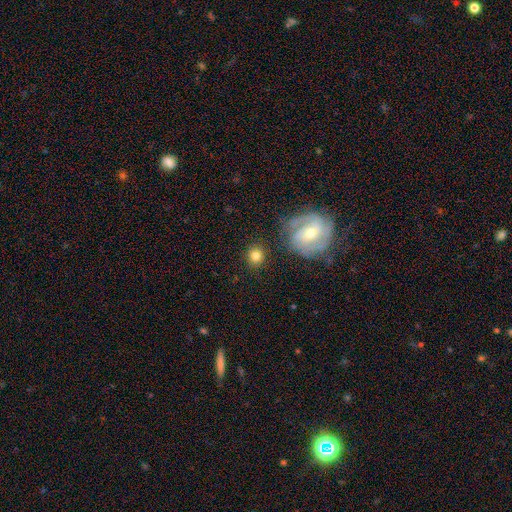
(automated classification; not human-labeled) This is likely a smooth galaxy (79%). How rounded: clearly round (86%). Merging: clearly none (84%).